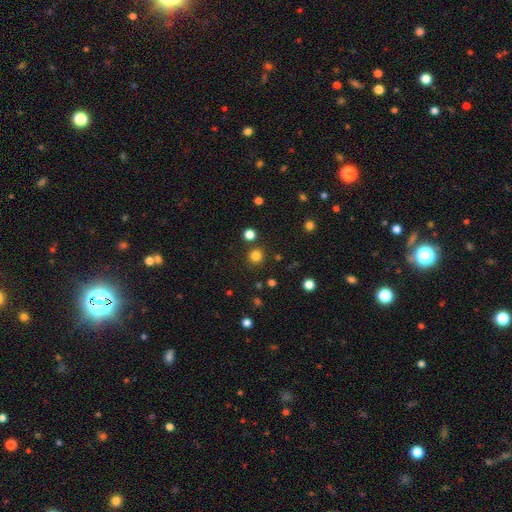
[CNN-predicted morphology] A smooth galaxy with no disk features (81%) that is round (93%).

Vote fractions:
- Smooth or featured? smooth: 81% / star or artifact: 15% / featured or disk: 4%
- How rounded? round: 93% / in between: 6% / cigar-shaped: 1%
- Merging? none: 87% / minor disturbance: 6% / merger: 5% / major disturbance: 3%